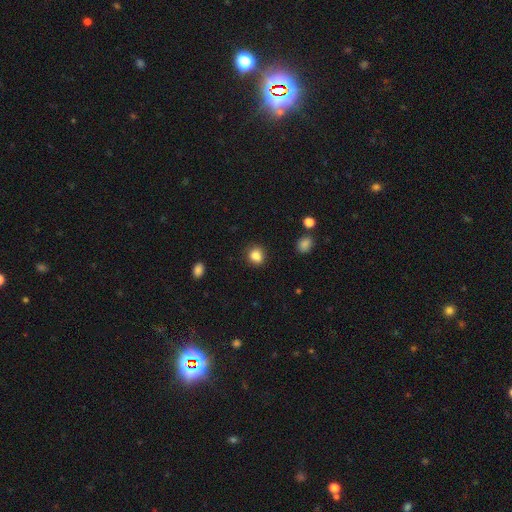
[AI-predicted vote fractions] Smooth or featured? Predicted: smooth (p=0.86). How rounded? Predicted: round (p=0.62). Merging? Predicted: none (p=0.81).